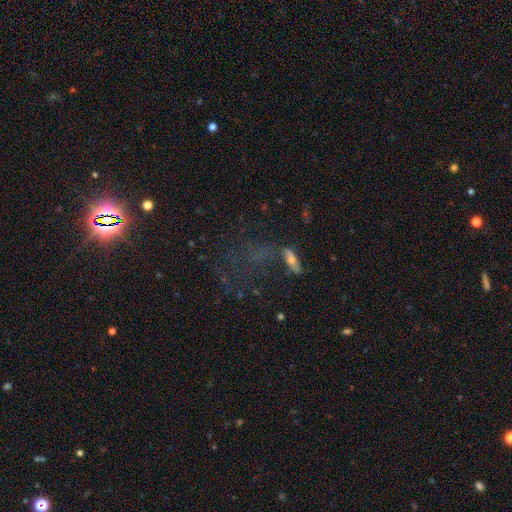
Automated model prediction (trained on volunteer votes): The model was most divided on "smooth or featured": star or artifact: 40%, smooth: 31%, featured or disk: 29%.